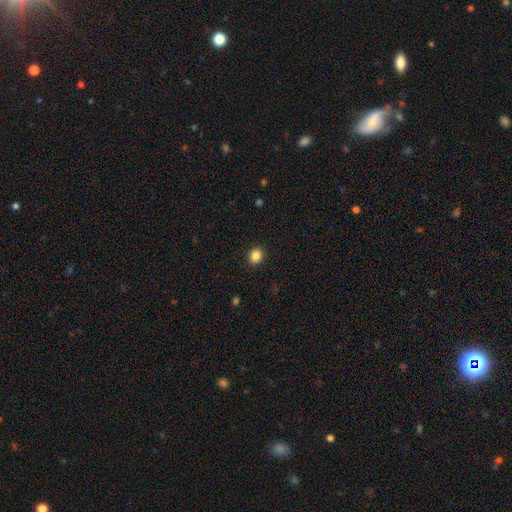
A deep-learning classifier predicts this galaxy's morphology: This appears to be a smooth galaxy with no disk features (85%) that is round (81%). Merging: none (92%).